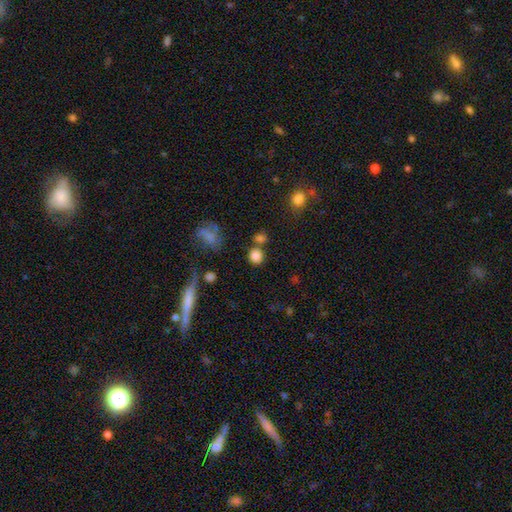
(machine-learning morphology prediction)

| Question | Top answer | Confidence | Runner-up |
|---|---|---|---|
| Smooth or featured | smooth | 81% | star or artifact (13%) |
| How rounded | round | 85% | in between (14%) |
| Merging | none | 70% | merger (17%) |